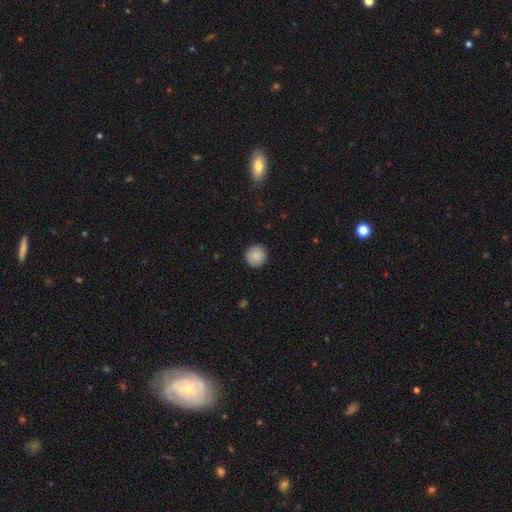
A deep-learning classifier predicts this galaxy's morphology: This is clearly a smooth galaxy (85%). How rounded: clearly round (95%). Merging: clearly none (92%).